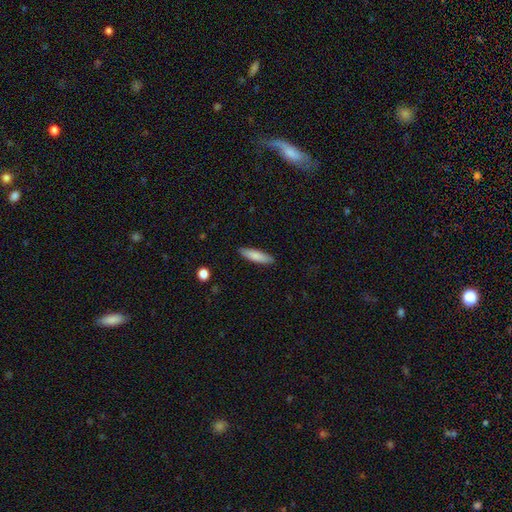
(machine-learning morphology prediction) type=smooth (83%); roundness=cigar-shaped (68%); merging=none (88%).